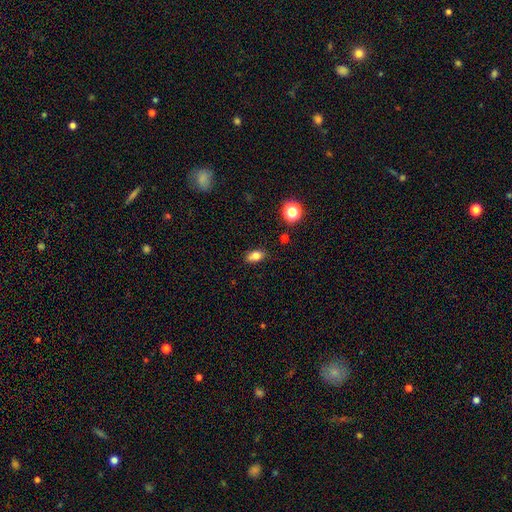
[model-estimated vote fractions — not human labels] smooth-or-featured: smooth: 79% | star or artifact: 11% | featured or disk: 10%
  how-rounded: in between: 83% | round: 13% | cigar-shaped: 4%
  merging: none: 83% | minor disturbance: 12% | major disturbance: 2% | merger: 2%